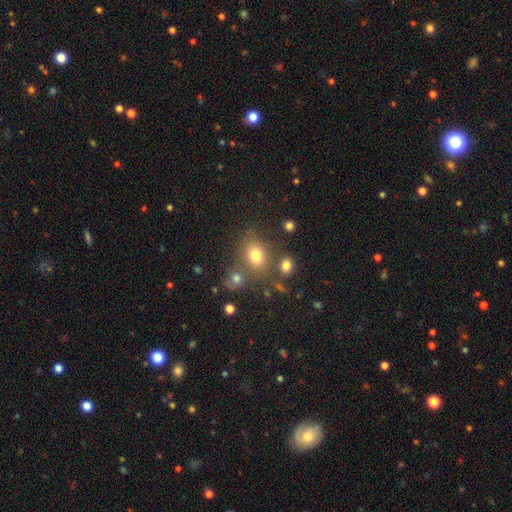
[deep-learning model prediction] Overall: smooth (75%). How rounded: round (51%; in between 48%). Merging: none (63%).